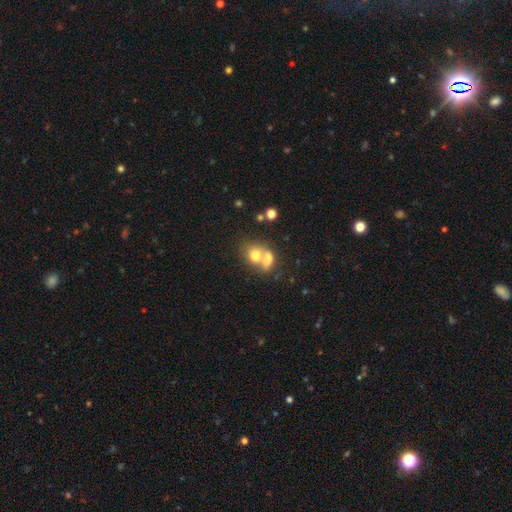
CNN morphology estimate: The model was most divided on "how rounded": round: 55%, in between: 43%, cigar-shaped: 1%. More confident: smooth or featured — smooth (71%); merging — merger (65%).